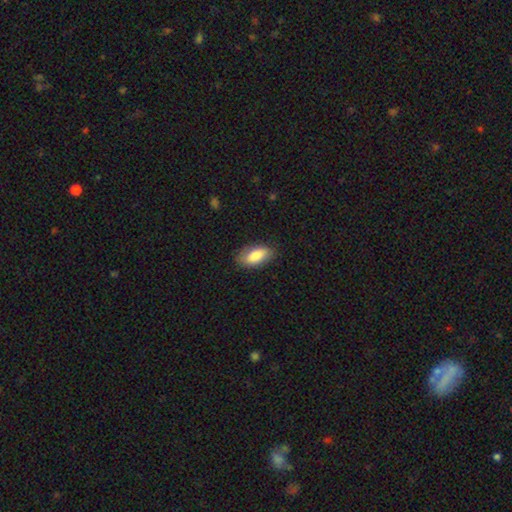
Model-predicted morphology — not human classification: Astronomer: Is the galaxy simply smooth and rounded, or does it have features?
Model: smooth — 83%.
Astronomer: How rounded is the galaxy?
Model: in between — 89%.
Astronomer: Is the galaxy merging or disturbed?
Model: none — 81%.